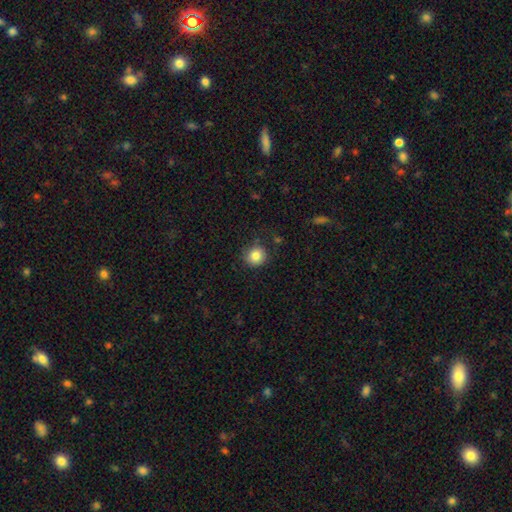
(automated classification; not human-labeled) smooth_or_featured: smooth (p=0.83) [alt: star or artifact p=0.10]
how_rounded: round (p=0.91) [alt: in between p=0.08]
merging: none (p=0.83) [alt: minor disturbance p=0.12]